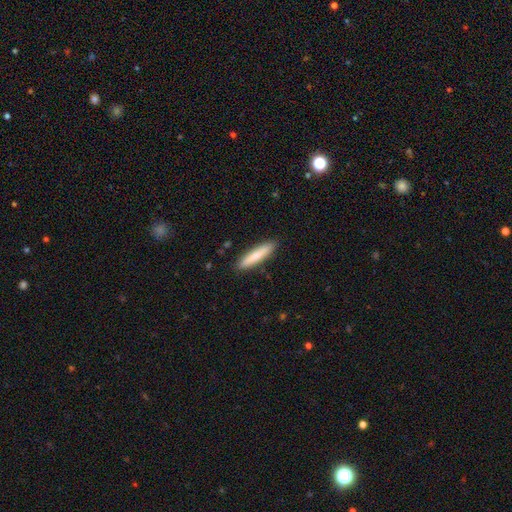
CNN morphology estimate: Smooth or featured: smooth — 75% (featured or disk — 20%)
How rounded: cigar-shaped — 88% (in between — 11%)
Merging: none — 90% (minor disturbance — 8%)